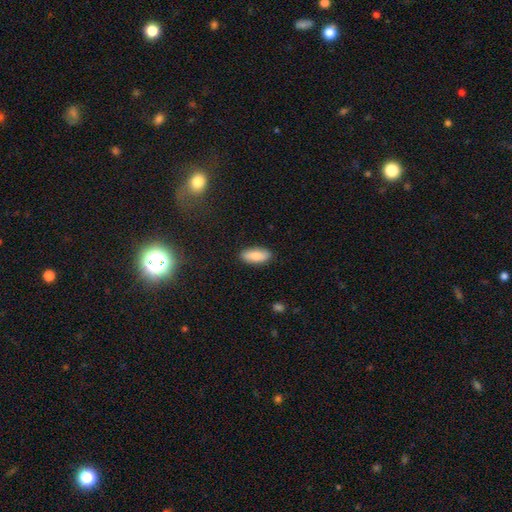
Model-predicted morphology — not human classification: smooth 83%, featured or disk 10%, star or artifact 6%. Down the decision tree: how rounded — in between (86%); merging — none (87%).